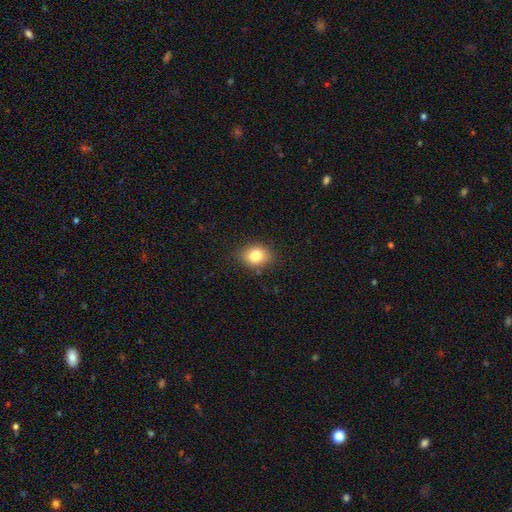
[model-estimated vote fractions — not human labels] A smooth galaxy with no disk features (81%) that is in between round and cigar-shaped (51%).

Vote fractions:
- Smooth or featured? smooth: 81% / star or artifact: 10% / featured or disk: 9%
- How rounded? in between: 51% / round: 48% / cigar-shaped: 1%
- Merging? none: 84% / minor disturbance: 11% / major disturbance: 3% / merger: 1%